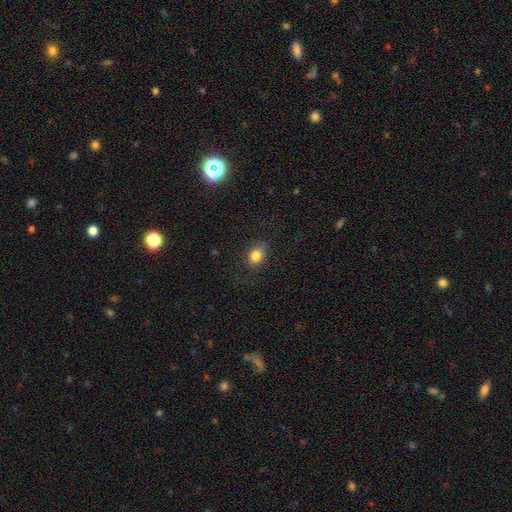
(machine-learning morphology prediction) Smooth or featured? smooth (82%)
How rounded? in between (65%)
Merging? none (74%)